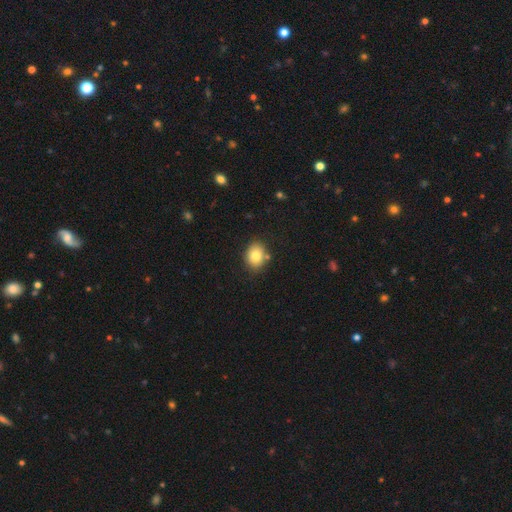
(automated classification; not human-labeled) Smooth or featured: smooth — 82% (featured or disk — 9%)
How rounded: in between — 58% (round — 41%)
Merging: none — 80% (minor disturbance — 13%)